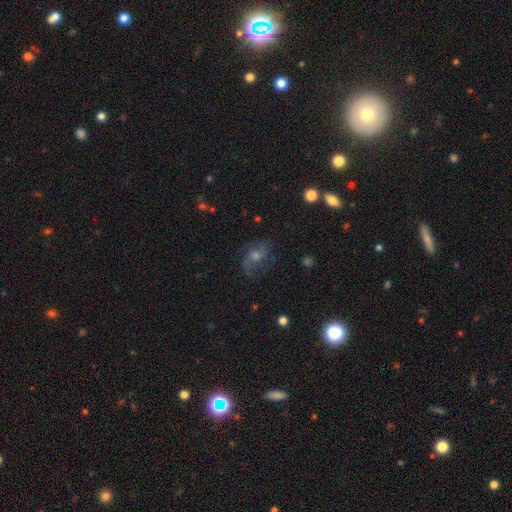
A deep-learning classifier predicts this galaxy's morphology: The model was most divided on "bulge size": moderate: 54%, small: 34%, large: 7%, none: 4%, dominant: 2%. More confident: edge-on disk — no (94%); spiral arms — yes (84%); bar — no (67%); merging — none (65%); smooth or featured — featured or disk (54%).